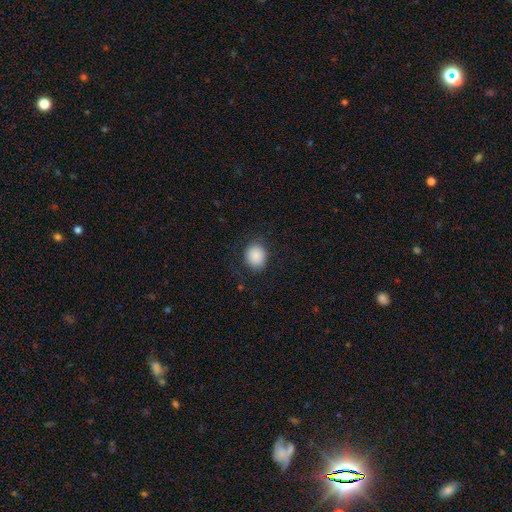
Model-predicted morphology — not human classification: A smooth galaxy with no disk features (88%) that is round (64%). Merging: none (82%).